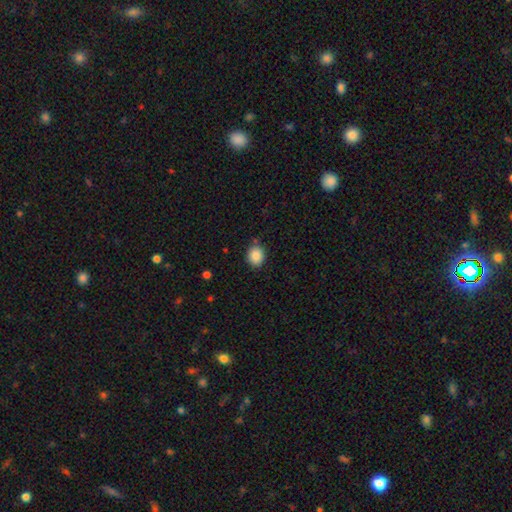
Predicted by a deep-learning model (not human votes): Smooth or featured? Predicted: smooth (p=0.88). How rounded? Predicted: round (p=0.64). Merging? Predicted: none (p=0.84).